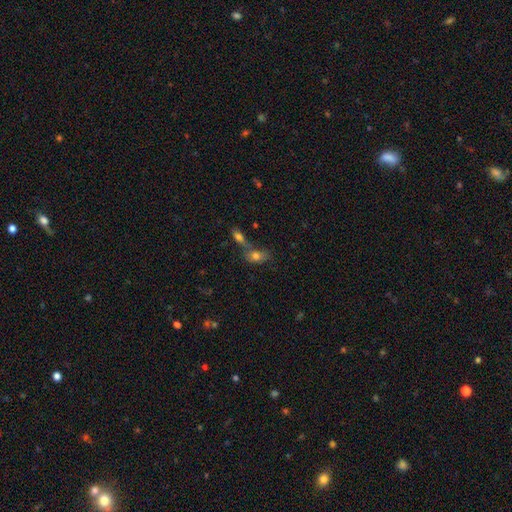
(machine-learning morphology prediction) Overall: smooth (43%; star or artifact 36%). Merging: none (48%; merger 31%).